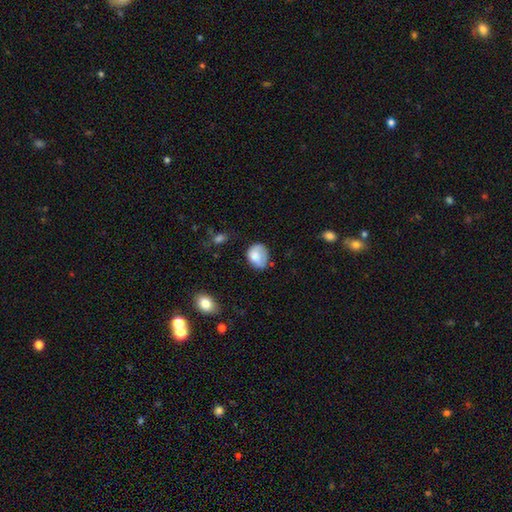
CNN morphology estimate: Smooth or featured? Predicted: smooth (p=0.77). How rounded? Predicted: in between (p=0.55). Merging? Predicted: none (p=0.48).